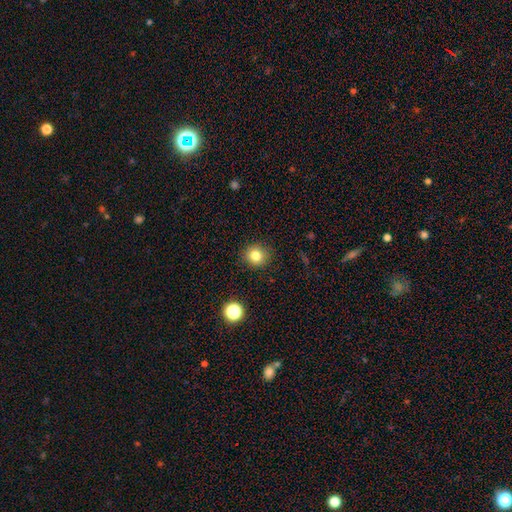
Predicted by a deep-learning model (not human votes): Smooth or featured: smooth — 82% (star or artifact — 12%)
How rounded: round — 89% (in between — 10%)
Merging: none — 90% (minor disturbance — 7%)